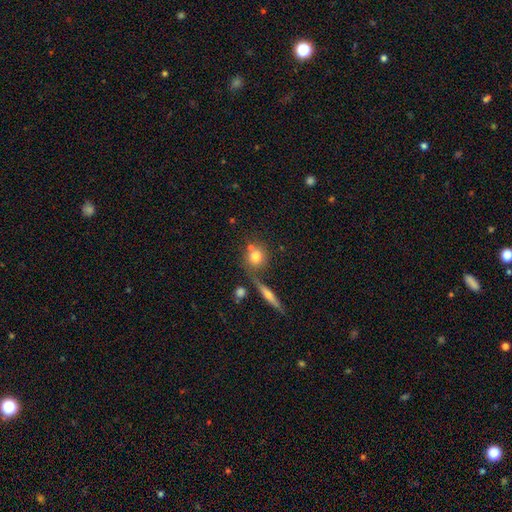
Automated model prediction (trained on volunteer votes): Smooth or featured: smooth — 73% (featured or disk — 17%)
How rounded: round — 83% (in between — 14%)
Merging: none — 63% (merger — 22%)